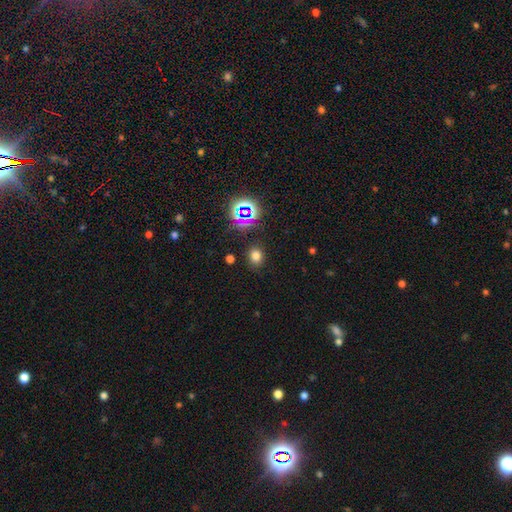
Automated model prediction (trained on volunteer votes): This is likely a smooth galaxy (70%). How rounded: possibly round (56%). Merging: clearly none (85%).